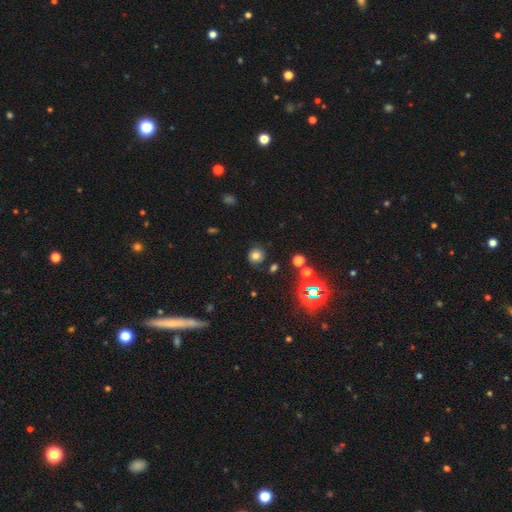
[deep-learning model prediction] Smooth or featured: smooth — 71% (star or artifact — 21%)
How rounded: round — 87% (in between — 12%)
Merging: none — 83% (minor disturbance — 10%)